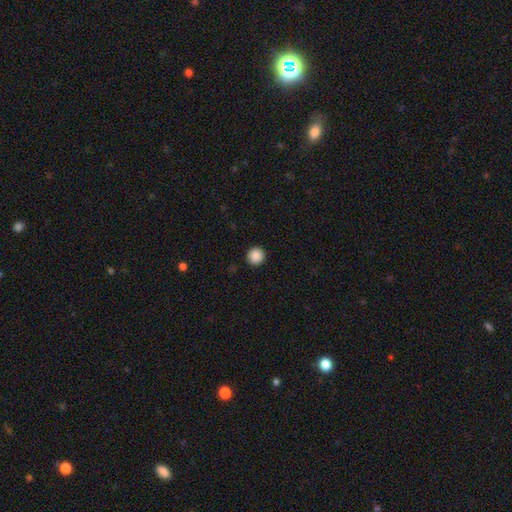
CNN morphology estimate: Smooth or featured? smooth (89%)
How rounded? round (94%)
Merging? none (93%)